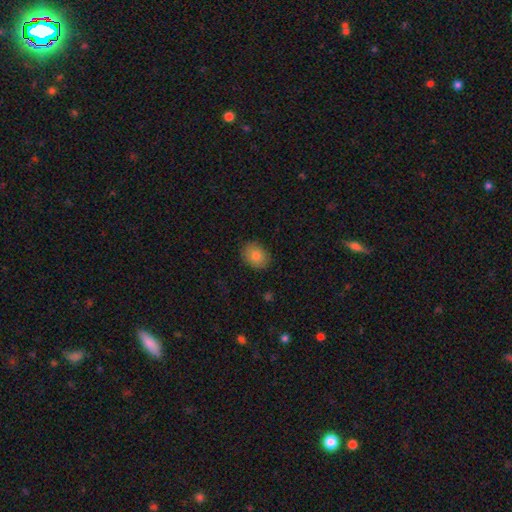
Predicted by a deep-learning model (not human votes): Smooth or featured?
  - smooth: 83% *
  - featured or disk: 9%
  - star or artifact: 8%
How rounded?
  - in between: 62% *
  - round: 37%
  - cigar-shaped: 1%
Merging?
  - none: 85% *
  - minor disturbance: 11%
  - major disturbance: 2%
  - merger: 1%